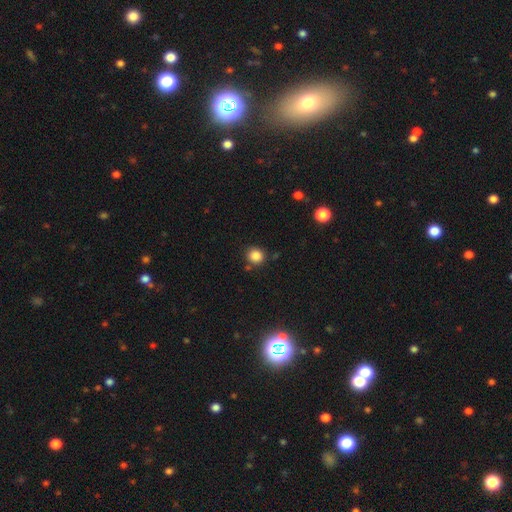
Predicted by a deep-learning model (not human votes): This is clearly a smooth galaxy (85%). How rounded: clearly round (87%). Merging: clearly none (82%).